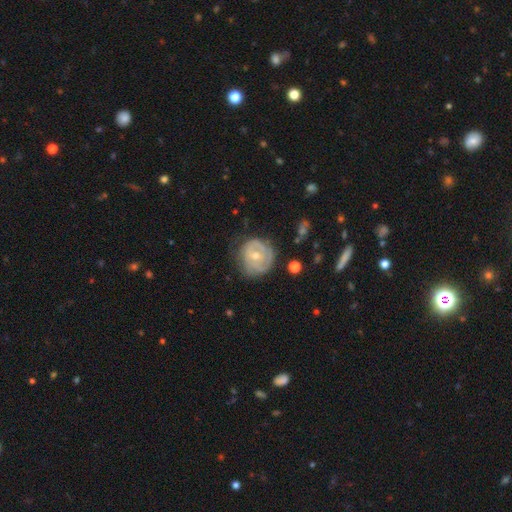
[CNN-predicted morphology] type=featured or disk (69%); edge-on=no (97%); bar=no (67%); spiral arms=yes (73%); bulge=moderate (50%); merging=none (62%).